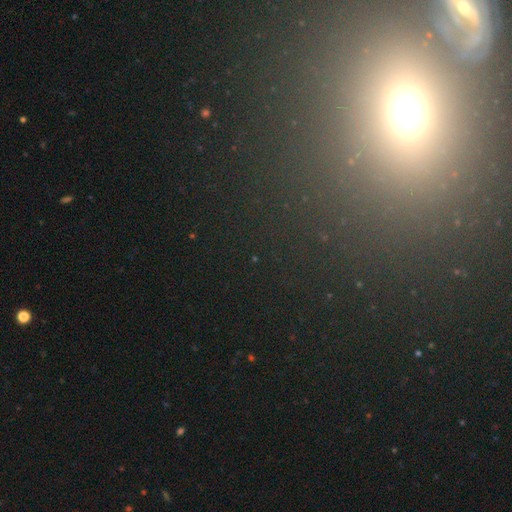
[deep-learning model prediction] star or artifact 56%, smooth 30%, featured or disk 14%.